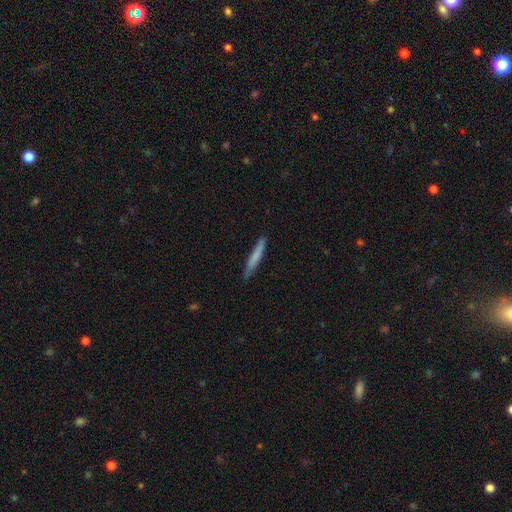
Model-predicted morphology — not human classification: smooth_or_featured: smooth (p=0.70) [alt: featured or disk p=0.24]
how_rounded: cigar-shaped (p=0.95) [alt: in between p=0.04]
merging: none (p=0.84) [alt: minor disturbance p=0.12]